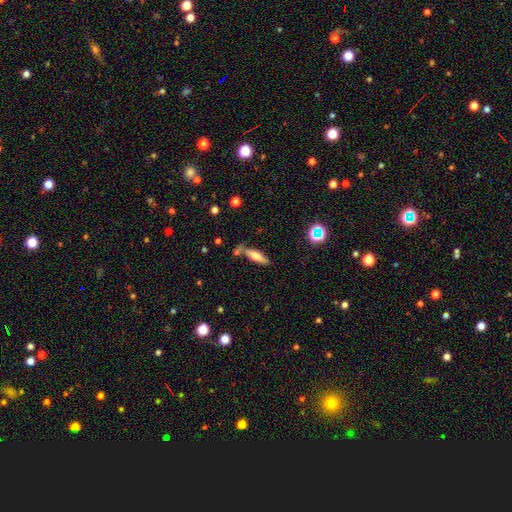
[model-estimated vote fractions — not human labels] Morphology: type=smooth (58%); roundness=cigar-shaped (60%); merging=none (62%).